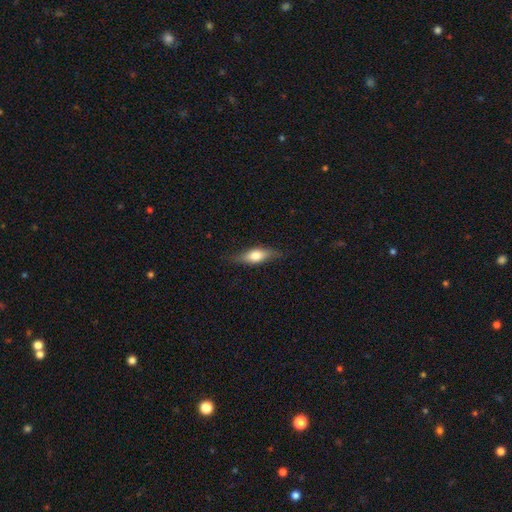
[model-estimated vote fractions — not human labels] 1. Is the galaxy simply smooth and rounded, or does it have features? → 60% smooth, 33% featured or disk, 7% star or artifact.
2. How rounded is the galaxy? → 61% in between, 35% cigar-shaped, 4% round.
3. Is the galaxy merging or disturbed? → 78% none, 17% minor disturbance, 4% major disturbance, 1% merger.